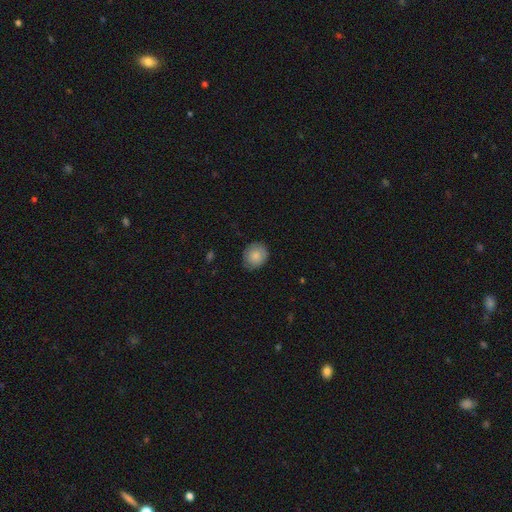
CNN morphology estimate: Overall: smooth (80%). How rounded: round (74%). Merging: none (79%).